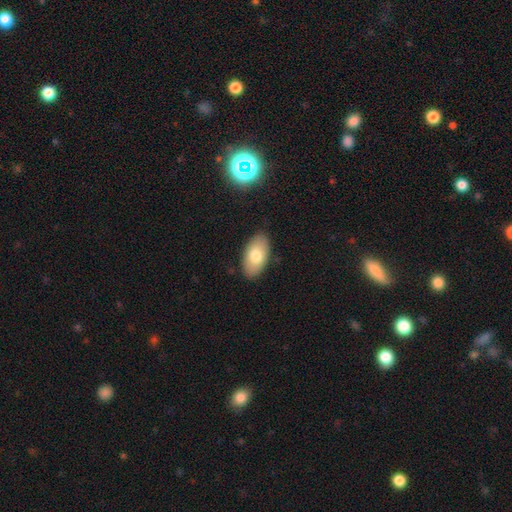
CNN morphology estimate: smooth-or-featured: smooth: 76% | featured or disk: 18% | star or artifact: 6%
  how-rounded: in between: 95% | round: 3% | cigar-shaped: 2%
  merging: none: 87% | minor disturbance: 10% | major disturbance: 2% | merger: 1%